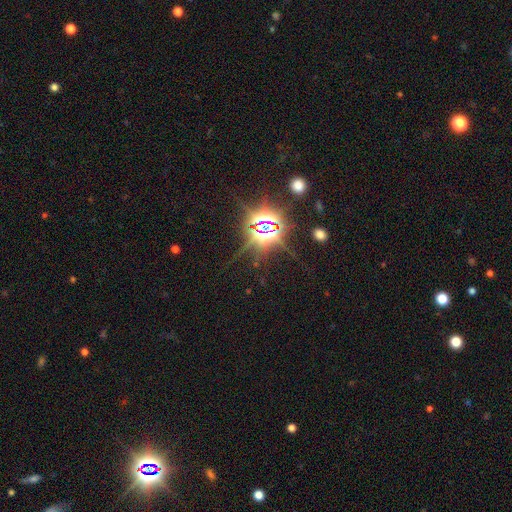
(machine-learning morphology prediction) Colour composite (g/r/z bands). It shows a star or artifact, not a galaxy (85%).